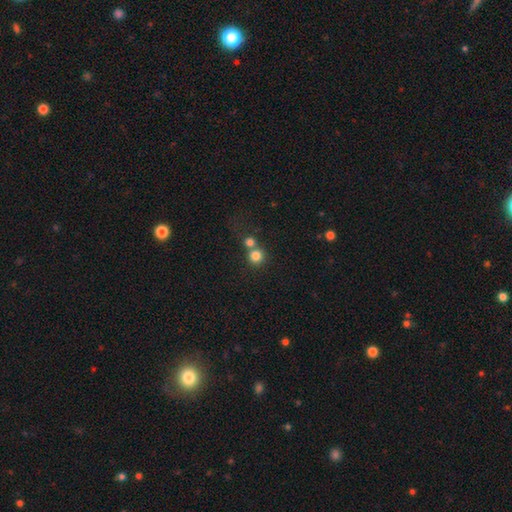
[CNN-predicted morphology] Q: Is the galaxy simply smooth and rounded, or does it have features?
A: smooth — 81%.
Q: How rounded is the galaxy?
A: round — 92%.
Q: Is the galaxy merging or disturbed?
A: none — 54%.